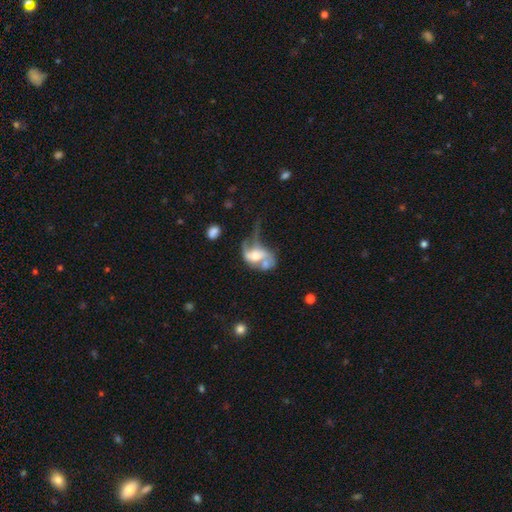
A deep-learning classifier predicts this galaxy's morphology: A featured or disk galaxy (63%) with no bar (64%), spiral arms (62%) and a moderate central bulge (53%). Merging: major disturbance (37%).